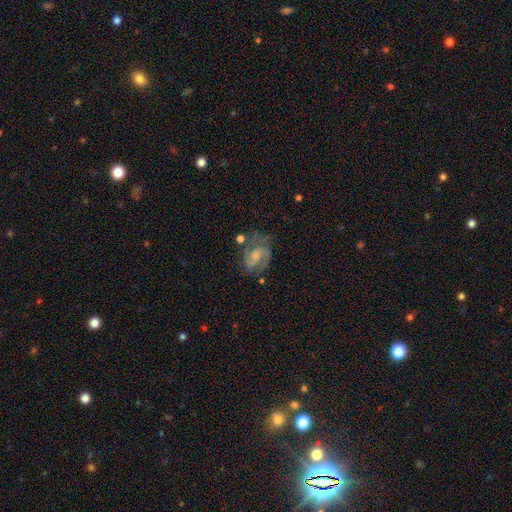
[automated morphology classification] type=featured or disk (76%); edge-on=no (97%); bar=no (48%); spiral arms=yes (93%); winding=medium (51%); arm count=2 (78%); bulge=small (42%); merging=none (57%).